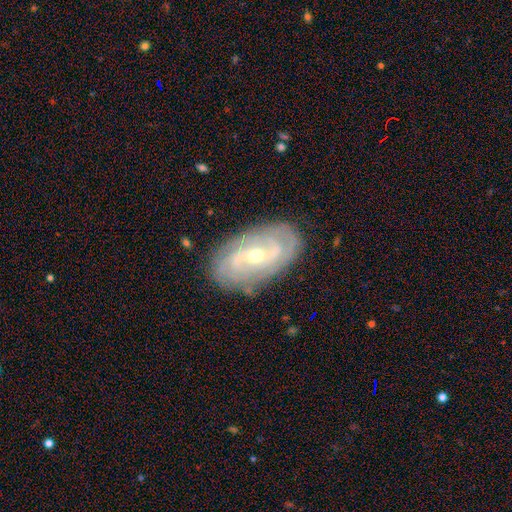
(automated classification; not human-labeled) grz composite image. It shows a featured or disk galaxy (83%) with a weak bar (45%), 2 (35%) tight (63%) spiral arms (93%) and a moderate central bulge (50%). Merging: none (83%).